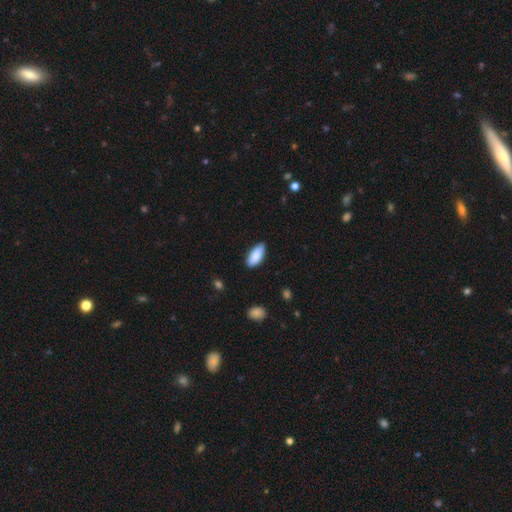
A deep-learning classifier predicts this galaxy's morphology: Smooth or featured? smooth (88%)
How rounded? in between (88%)
Merging? none (80%)